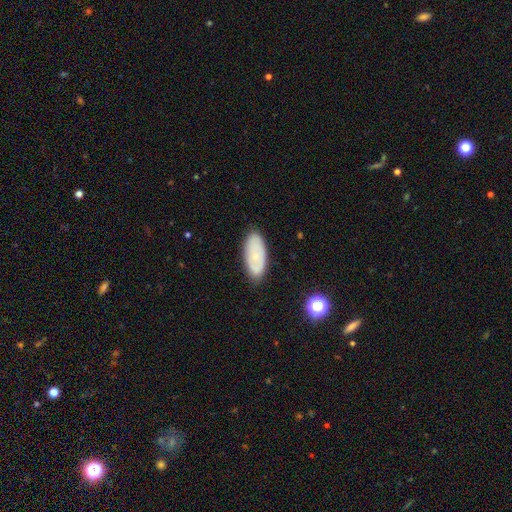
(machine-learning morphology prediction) smooth-or-featured: smooth: 58% | featured or disk: 34% | star or artifact: 8%
  how-rounded: in between: 88% | cigar-shaped: 9% | round: 3%
  merging: none: 84% | minor disturbance: 12% | major disturbance: 3% | merger: 1%